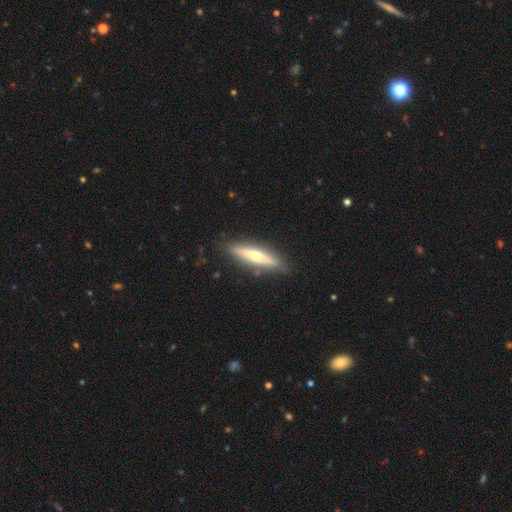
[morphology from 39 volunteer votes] A smooth galaxy with no disk features (56%) that is cigar-shaped (77%). Merging: none (92%).